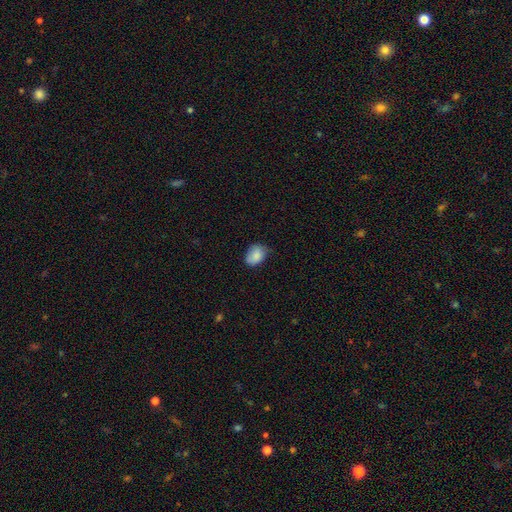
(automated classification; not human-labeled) Smooth or featured?
  - smooth: 86% *
  - star or artifact: 8%
  - featured or disk: 7%
How rounded?
  - in between: 74% *
  - round: 25%
  - cigar-shaped: 1%
Merging?
  - none: 61% *
  - minor disturbance: 32%
  - major disturbance: 6%
  - merger: 1%